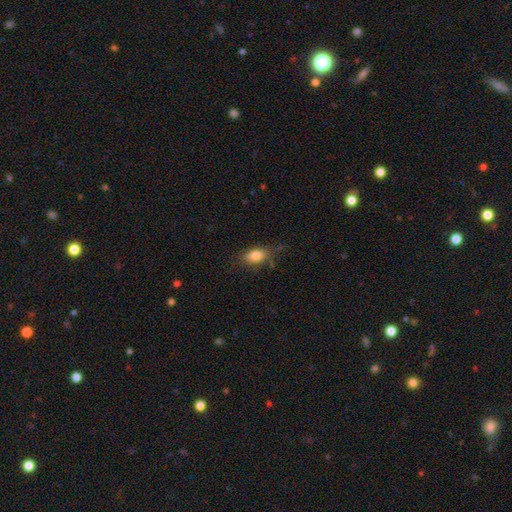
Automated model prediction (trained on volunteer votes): This is clearly a smooth galaxy (81%). How rounded: clearly in between (85%). Merging: likely none (72%).